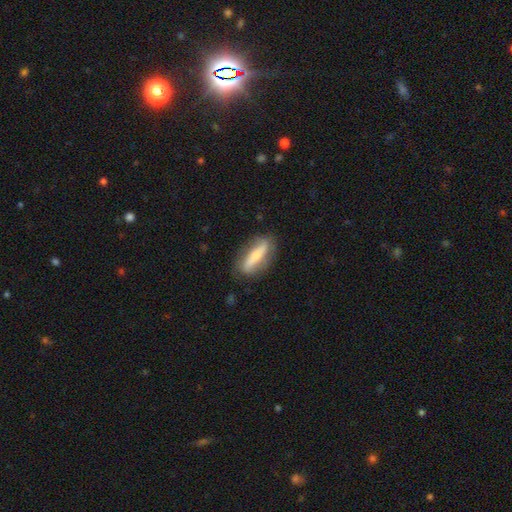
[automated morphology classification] Smooth or featured? Predicted: featured or disk (p=0.55). Edge-on disk? Predicted: yes (p=0.51). Merging? Predicted: none (p=0.79).